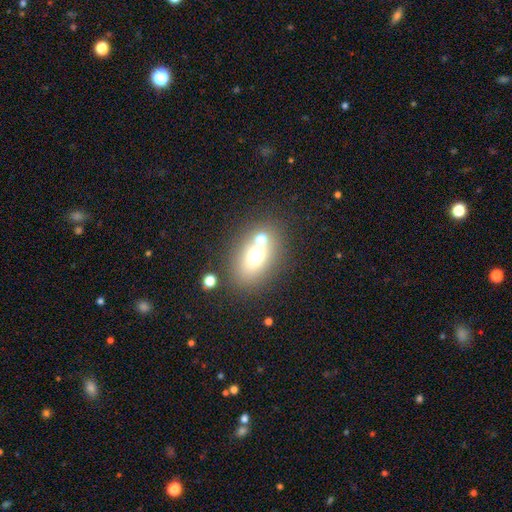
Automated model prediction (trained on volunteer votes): Smooth or featured?
  - smooth: 66% *
  - featured or disk: 20%
  - star or artifact: 15%
How rounded?
  - in between: 67% *
  - round: 31%
  - cigar-shaped: 2%
Merging?
  - none: 60% *
  - merger: 25%
  - minor disturbance: 11%
  - major disturbance: 5%